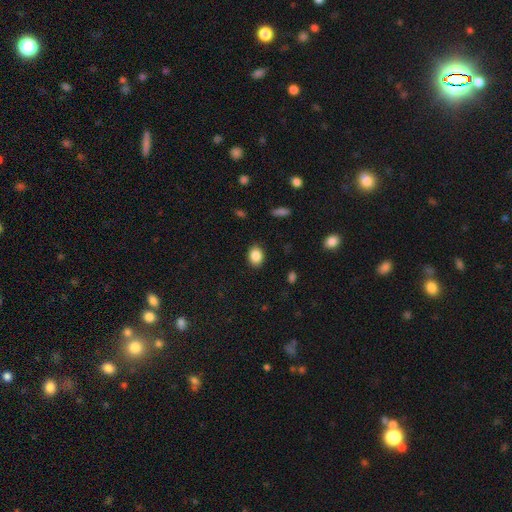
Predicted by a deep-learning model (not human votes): A smooth galaxy with no disk features (86%) that is in between round and cigar-shaped (60%). Merging: none (88%).